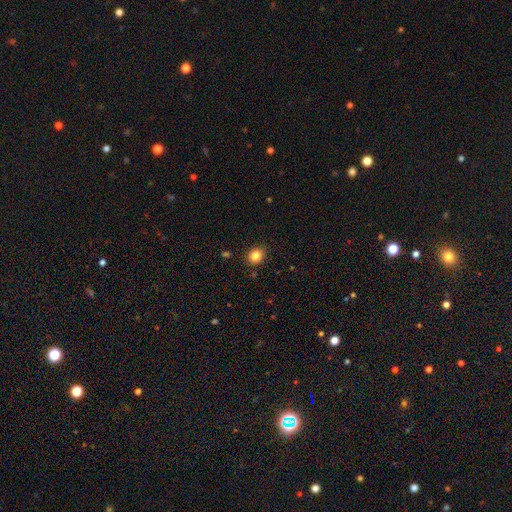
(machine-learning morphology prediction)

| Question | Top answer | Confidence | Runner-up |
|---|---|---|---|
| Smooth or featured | smooth | 83% | star or artifact (11%) |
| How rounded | round | 75% | in between (24%) |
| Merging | none | 90% | minor disturbance (7%) |